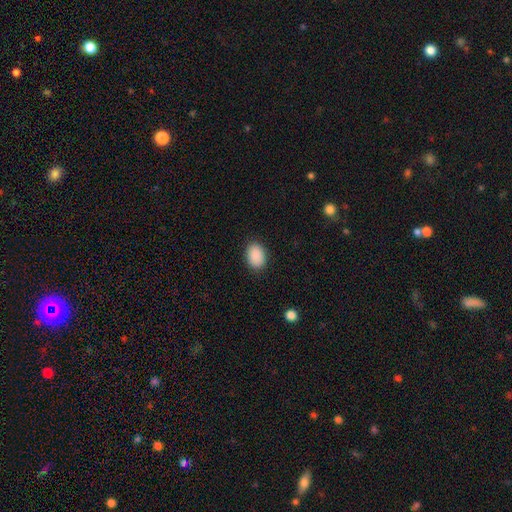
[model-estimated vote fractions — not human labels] A smooth galaxy with no disk features (90%) that is in between round and cigar-shaped (84%). Merging: none (89%).